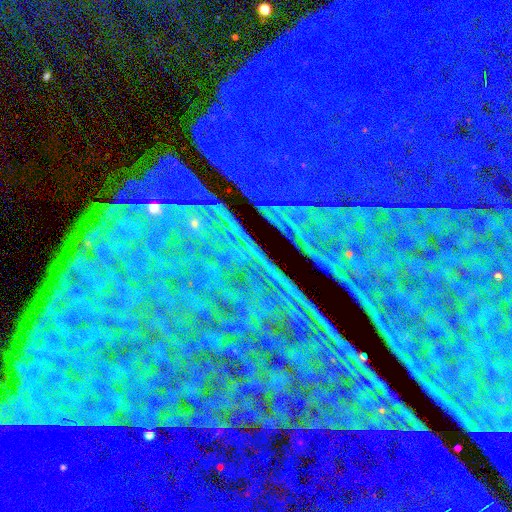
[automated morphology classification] This appears to be a star or artifact, not a galaxy (88%).